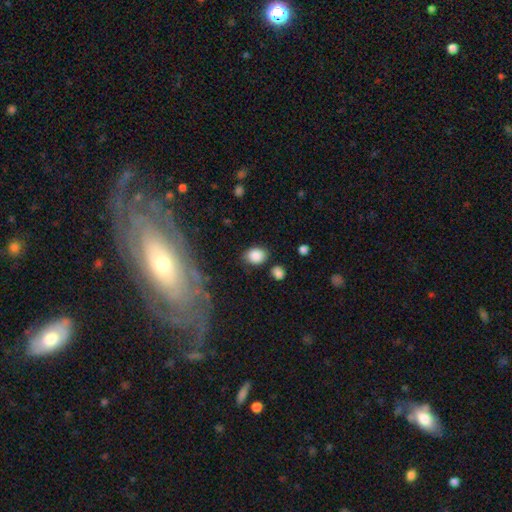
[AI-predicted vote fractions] Morphology: type=smooth (86%); roundness=in between (60%); merging=none (71%).